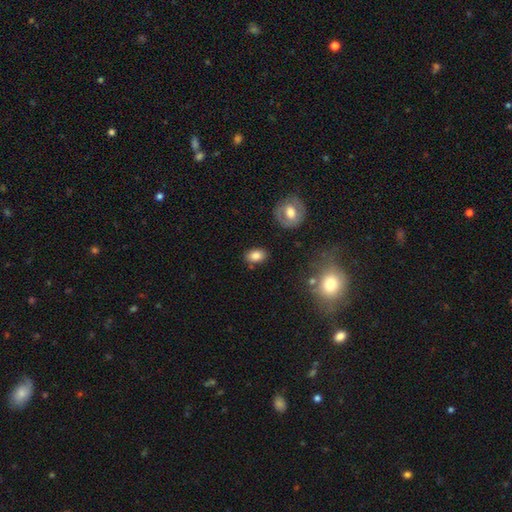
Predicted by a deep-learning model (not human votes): This appears to be a smooth galaxy with no disk features (82%) that is in between round and cigar-shaped (80%). Merging: none (83%).